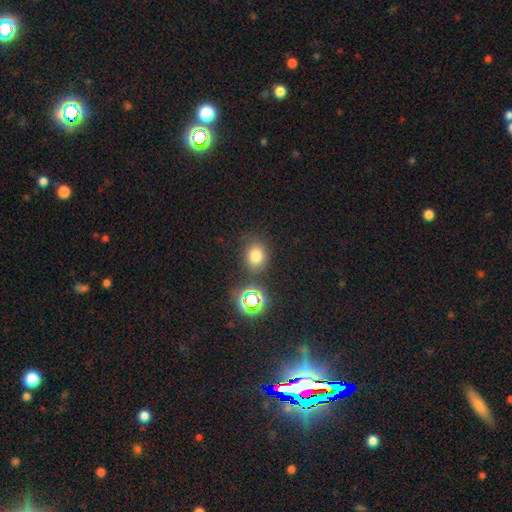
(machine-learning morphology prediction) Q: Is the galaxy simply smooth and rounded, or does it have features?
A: smooth — 71%.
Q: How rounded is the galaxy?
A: round — 61%.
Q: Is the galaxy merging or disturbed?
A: none — 77%.